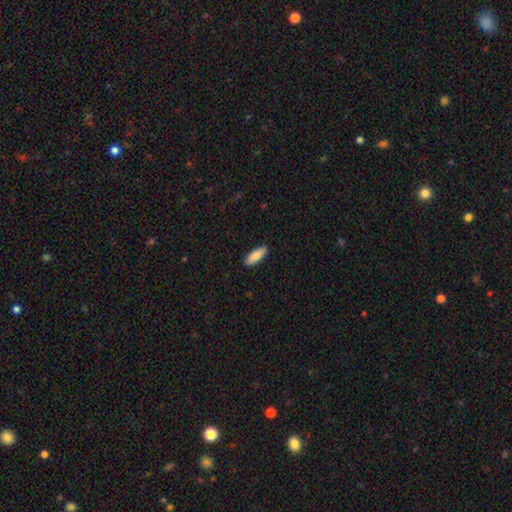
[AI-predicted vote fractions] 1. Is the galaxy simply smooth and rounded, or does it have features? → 88% smooth, 7% featured or disk, 5% star or artifact.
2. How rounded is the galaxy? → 62% in between, 36% cigar-shaped, 2% round.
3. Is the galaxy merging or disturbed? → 89% none, 8% minor disturbance, 2% major disturbance, 1% merger.